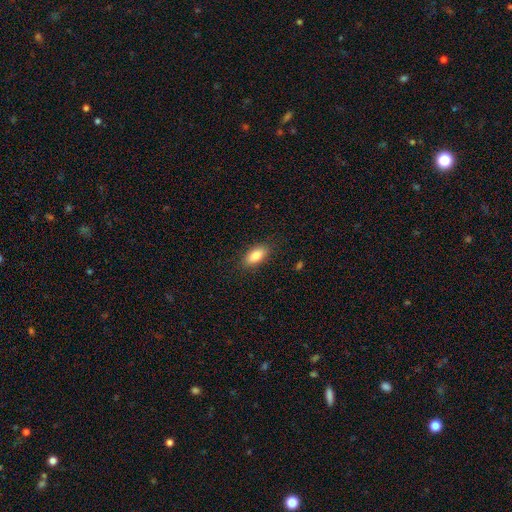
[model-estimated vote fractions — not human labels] This is clearly a smooth galaxy (83%). How rounded: clearly in between (88%). Merging: clearly none (87%).